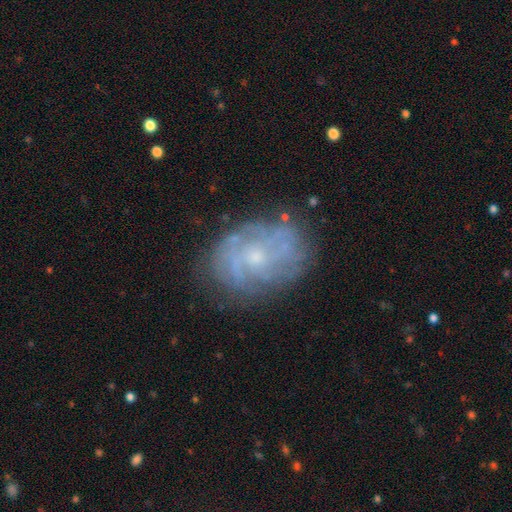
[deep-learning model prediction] Q: Smooth or featured?
A: featured or disk (74%); runner-up: smooth (18%)
Q: Edge-on disk?
A: no (97%); runner-up: yes (3%)
Q: Bar?
A: no (75%); runner-up: weak (22%)
Q: Spiral arms?
A: yes (79%); runner-up: no (21%)
Q: Spiral winding?
A: tight (55%); runner-up: medium (32%)
Q: Spiral arm count?
A: can't tell (52%); runner-up: 2 (17%)
Q: Bulge size?
A: small (66%); runner-up: moderate (27%)
Q: Merging?
A: none (74%); runner-up: minor disturbance (17%)